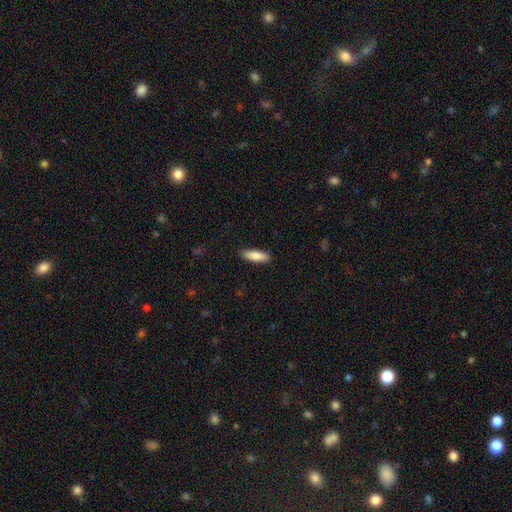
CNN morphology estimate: Smooth or featured? smooth (85%)
How rounded? cigar-shaped (50%)
Merging? none (88%)